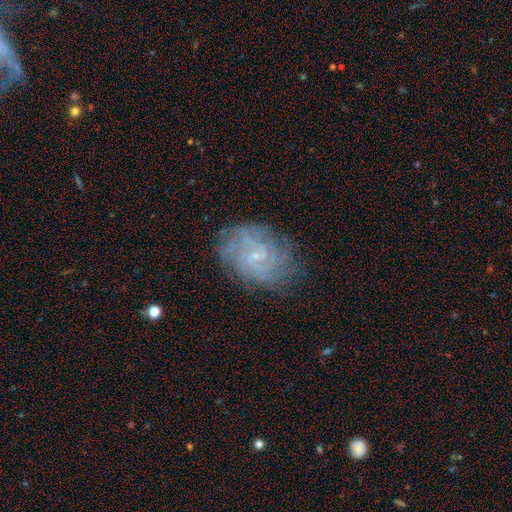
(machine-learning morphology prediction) A featured or disk galaxy (76%) with no bar (51%), tight (64%) spiral arms (91%) and a small central bulge (79%). Merging: none (77%).